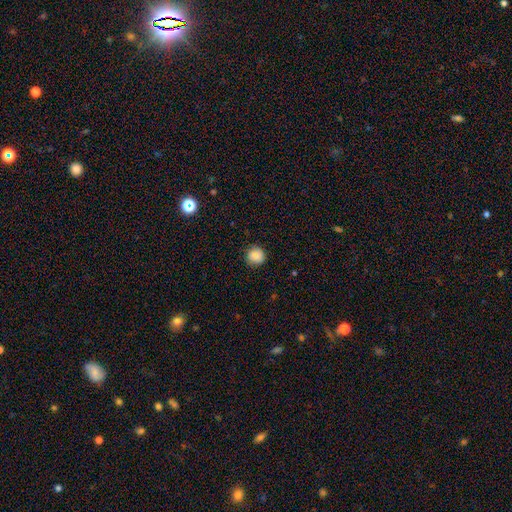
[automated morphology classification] smooth-or-featured: smooth: 86% | star or artifact: 9% | featured or disk: 5%
  how-rounded: round: 91% | in between: 8% | cigar-shaped: 1%
  merging: none: 87% | minor disturbance: 9% | major disturbance: 2% | merger: 1%